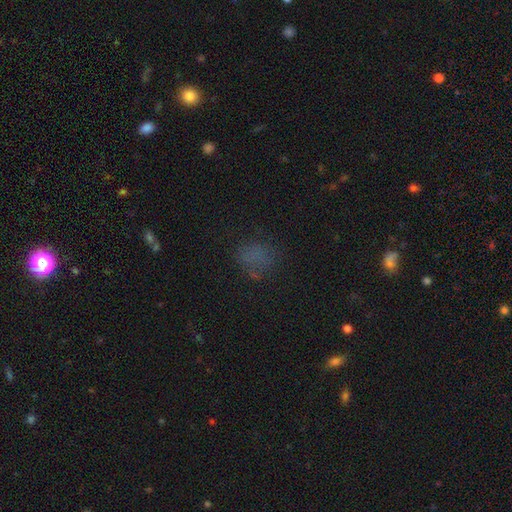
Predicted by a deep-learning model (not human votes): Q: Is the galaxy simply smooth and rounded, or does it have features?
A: smooth — 60%.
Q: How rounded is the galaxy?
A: round — 57%.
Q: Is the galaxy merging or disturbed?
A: none — 64%.